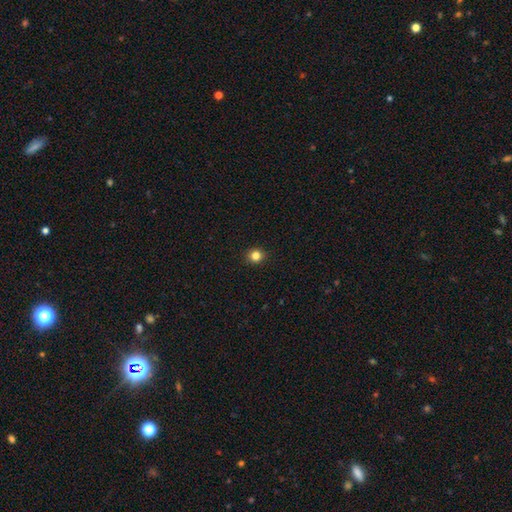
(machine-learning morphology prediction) The model was most divided on "smooth or featured": smooth: 83%, star or artifact: 13%, featured or disk: 4%. More confident: merging — none (93%); how rounded — round (89%).